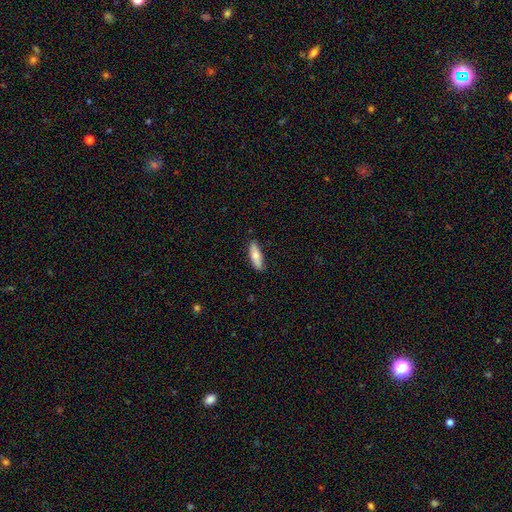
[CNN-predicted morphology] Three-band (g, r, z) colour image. It shows a smooth galaxy with no disk features (74%) that is cigar-shaped (50%). Merging: none (86%).